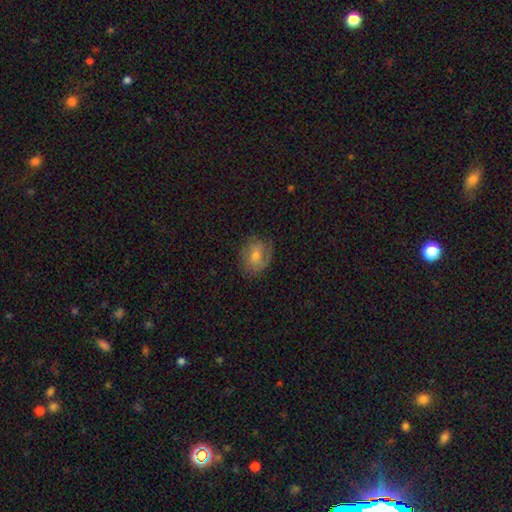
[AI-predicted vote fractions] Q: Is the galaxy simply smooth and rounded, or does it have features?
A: featured or disk — 47%.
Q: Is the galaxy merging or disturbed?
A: none — 73%.